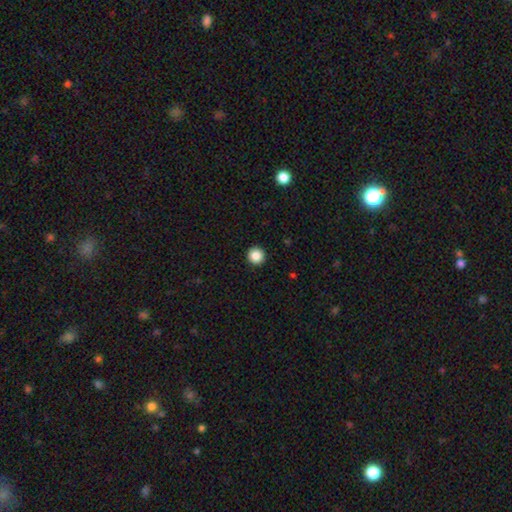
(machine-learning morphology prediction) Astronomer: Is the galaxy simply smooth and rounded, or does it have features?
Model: smooth — 87%.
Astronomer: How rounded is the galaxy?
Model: round — 95%.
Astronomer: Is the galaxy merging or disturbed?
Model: none — 93%.